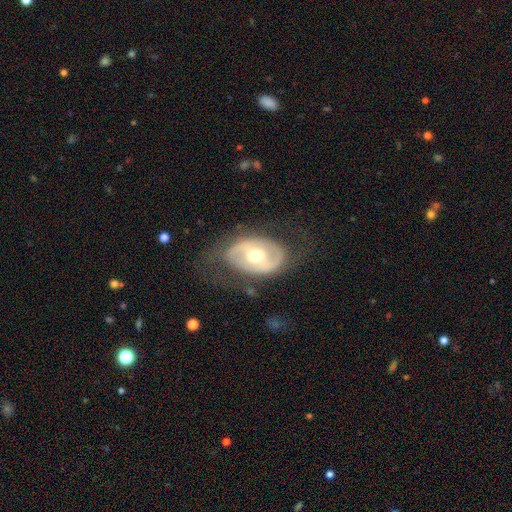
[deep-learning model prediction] A featured or disk galaxy (66%) with no bar (52%), no spiral arms (62%) and a moderate central bulge (73%).

Vote fractions:
- Smooth or featured? featured or disk: 66% / smooth: 28% / star or artifact: 5%
- Edge-on disk? no: 93% / yes: 7%
- Bar? no: 52% / weak: 29% / strong: 19%
- Spiral arms? no: 62% / yes: 38%
- Bulge size? moderate: 73% / small: 18% / large: 7% / dominant: 1% / none: 1%
- Merging? none: 66% / minor disturbance: 19% / major disturbance: 13% / merger: 1%